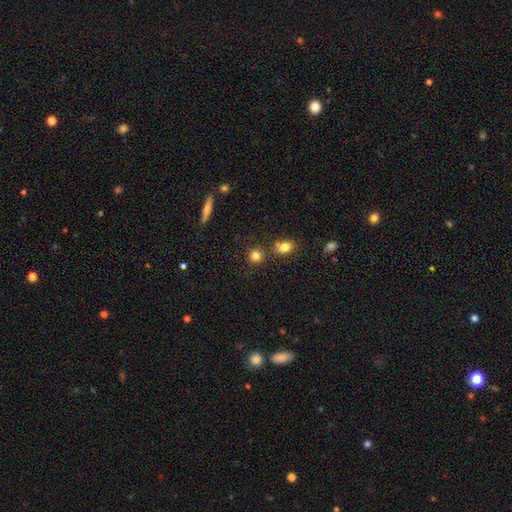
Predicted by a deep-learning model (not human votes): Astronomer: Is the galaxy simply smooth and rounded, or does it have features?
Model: smooth — 80%.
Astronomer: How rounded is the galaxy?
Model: round — 88%.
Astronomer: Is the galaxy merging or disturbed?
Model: none — 79%.